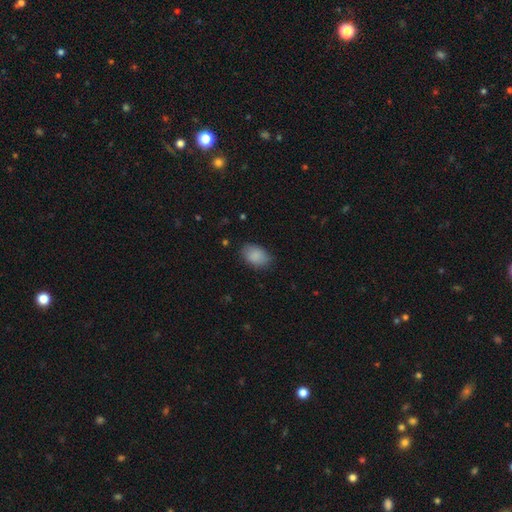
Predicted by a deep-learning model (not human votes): smooth-or-featured: smooth: 88% | star or artifact: 7% | featured or disk: 5%
  how-rounded: in between: 86% | round: 12% | cigar-shaped: 1%
  merging: none: 80% | minor disturbance: 16% | major disturbance: 3% | merger: 1%